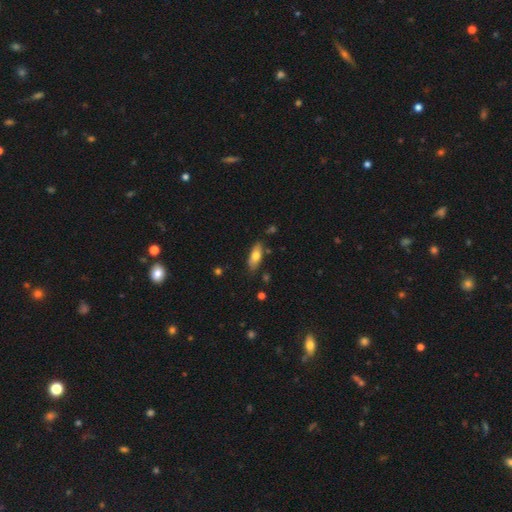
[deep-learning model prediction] Morphology: type=smooth (71%); roundness=in between (73%); merging=none (79%).